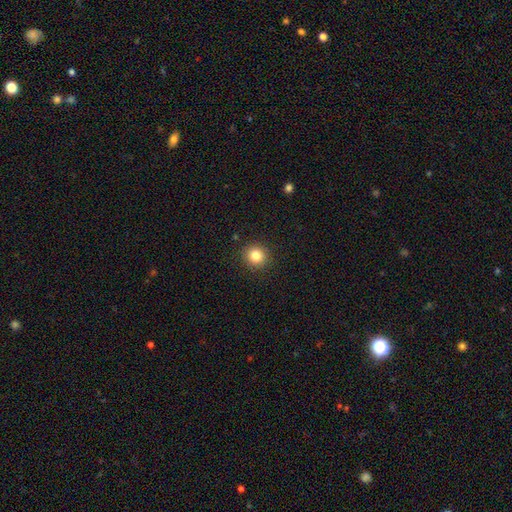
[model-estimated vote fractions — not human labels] This is clearly a smooth galaxy (82%). How rounded: clearly round (92%). Merging: clearly none (91%).